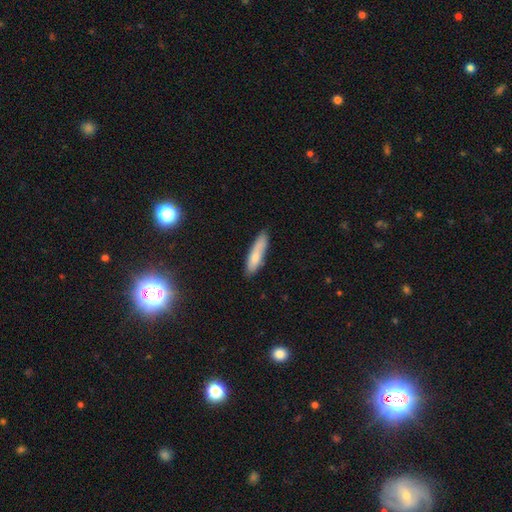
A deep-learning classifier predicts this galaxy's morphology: Q: Smooth or featured?
A: smooth (76%); runner-up: featured or disk (17%)
Q: How rounded?
A: cigar-shaped (72%); runner-up: in between (26%)
Q: Merging?
A: none (78%); runner-up: minor disturbance (17%)